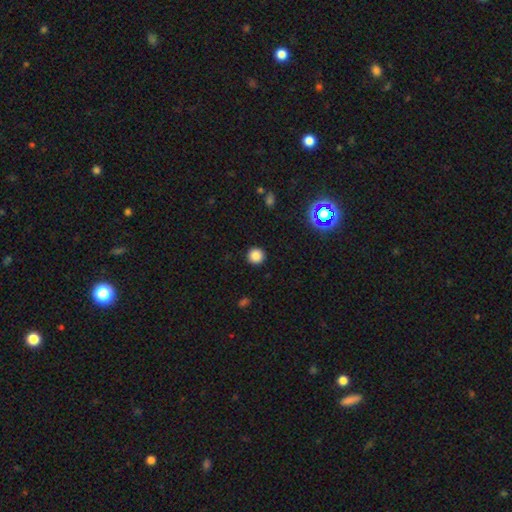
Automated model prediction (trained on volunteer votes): Q: Smooth or featured?
A: smooth (84%); runner-up: star or artifact (13%)
Q: How rounded?
A: round (96%); runner-up: in between (4%)
Q: Merging?
A: none (92%); runner-up: minor disturbance (5%)